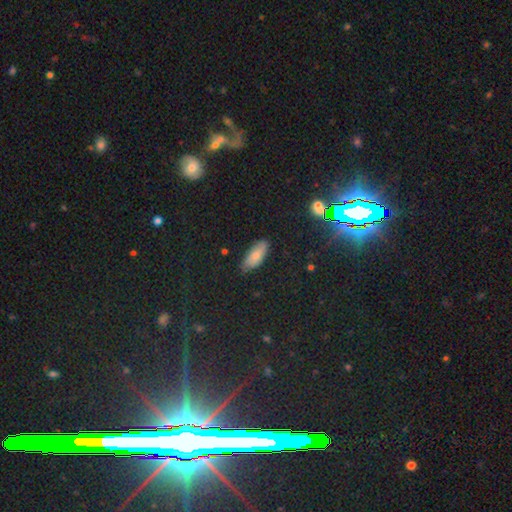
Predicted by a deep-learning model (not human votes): A smooth galaxy with no disk features (73%) that is in between round and cigar-shaped (79%).

Vote fractions:
- Smooth or featured? smooth: 73% / featured or disk: 15% / star or artifact: 13%
- How rounded? in between: 79% / cigar-shaped: 18% / round: 3%
- Merging? none: 79% / minor disturbance: 16% / major disturbance: 3% / merger: 2%